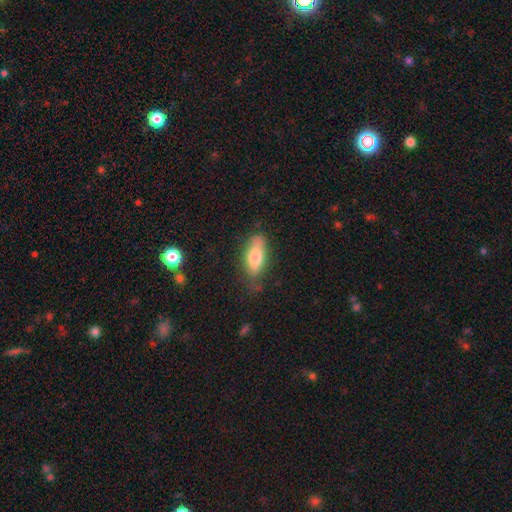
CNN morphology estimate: Smooth or featured? smooth (74%)
How rounded? in between (73%)
Merging? none (66%)